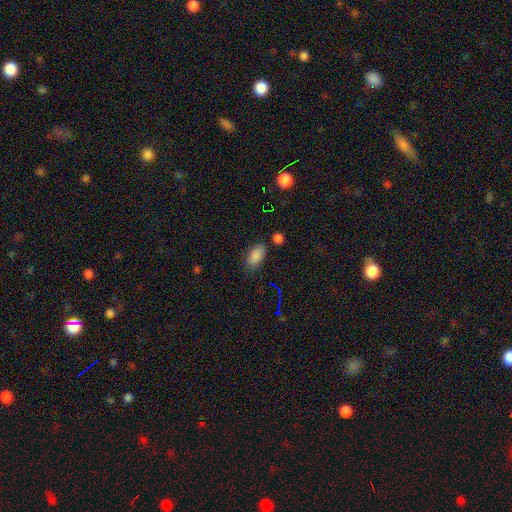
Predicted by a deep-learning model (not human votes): Smooth or featured? smooth (84%)
How rounded? in between (92%)
Merging? none (75%)